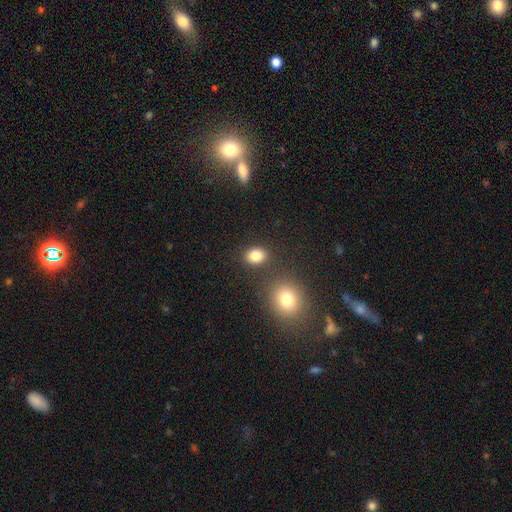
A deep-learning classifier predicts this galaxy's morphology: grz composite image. It shows a smooth galaxy with no disk features (83%) that is in between round and cigar-shaped (54%). Merging: none (79%).